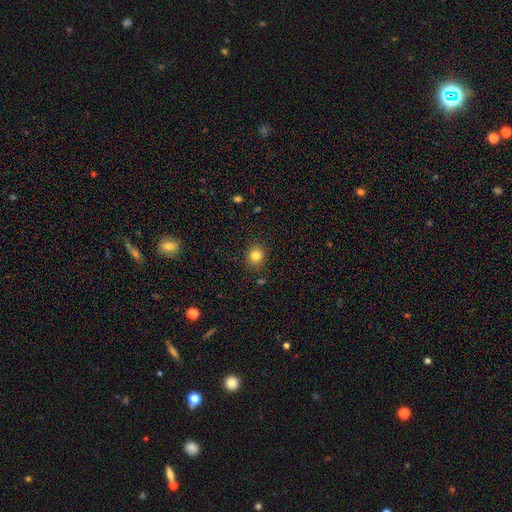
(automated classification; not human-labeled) Morphology: type=smooth (82%); roundness=round (80%); merging=none (88%).